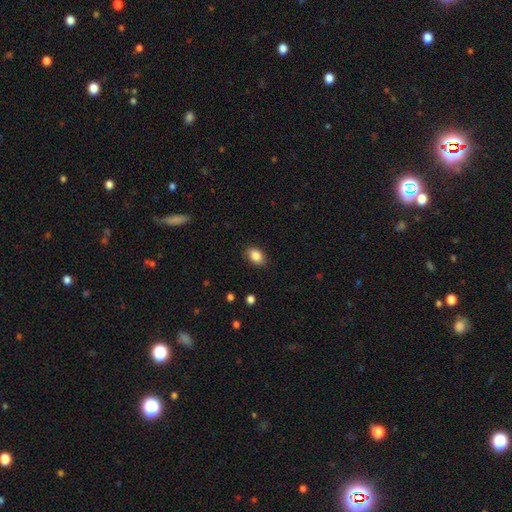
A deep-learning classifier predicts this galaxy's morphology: smooth_or_featured: smooth (p=0.87) [alt: star or artifact p=0.08]
how_rounded: in between (p=0.84) [alt: round p=0.14]
merging: none (p=0.87) [alt: minor disturbance p=0.10]